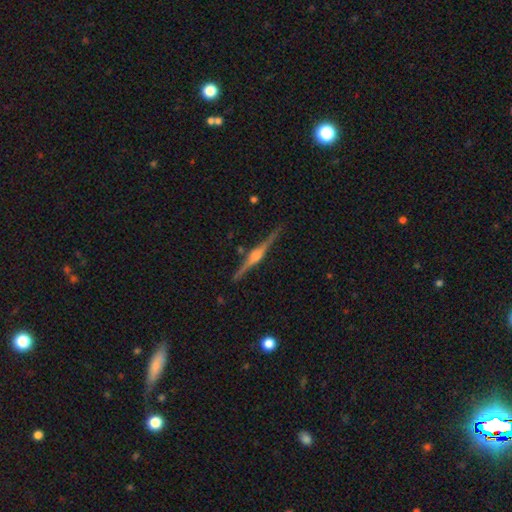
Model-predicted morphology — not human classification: Smooth or featured?
  - featured or disk: 87% *
  - smooth: 7%
  - star or artifact: 5%
Edge-on disk?
  - yes: 99% *
  - no: 1%
Edge-on bulge?
  - rounded: 89% *
  - boxy: 8%
  - none: 4%
Merging?
  - none: 90% *
  - minor disturbance: 7%
  - major disturbance: 1%
  - merger: 1%